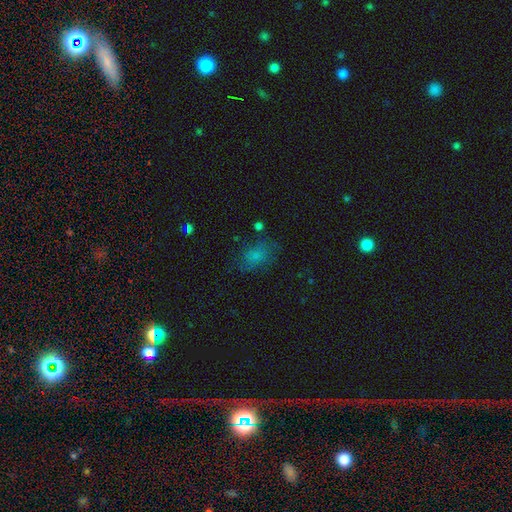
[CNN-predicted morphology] A smooth galaxy with no disk features (68%) that is in between round and cigar-shaped (80%).

Vote fractions:
- Smooth or featured? smooth: 68% / featured or disk: 17% / star or artifact: 15%
- How rounded? in between: 80% / round: 18% / cigar-shaped: 2%
- Merging? none: 61% / minor disturbance: 23% / major disturbance: 13% / merger: 3%